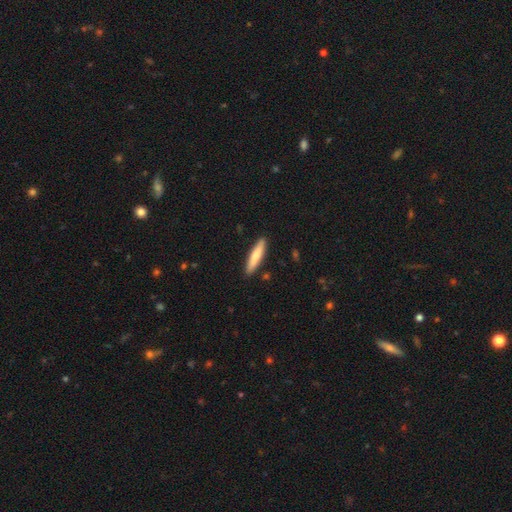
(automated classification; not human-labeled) A smooth galaxy with no disk features (75%) that is cigar-shaped (85%).

Vote fractions:
- Smooth or featured? smooth: 75% / featured or disk: 19% / star or artifact: 5%
- How rounded? cigar-shaped: 85% / in between: 14% / round: 1%
- Merging? none: 89% / minor disturbance: 8% / major disturbance: 2% / merger: 1%